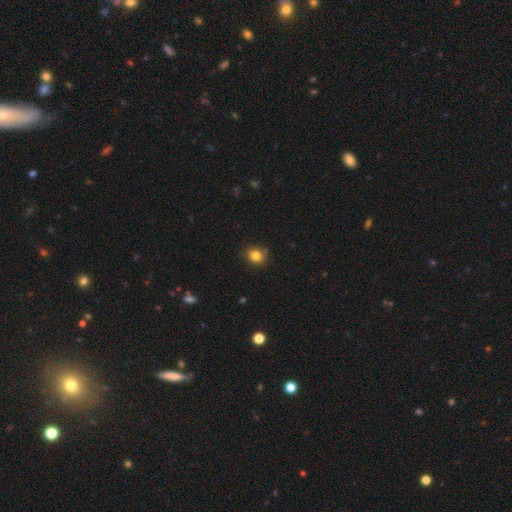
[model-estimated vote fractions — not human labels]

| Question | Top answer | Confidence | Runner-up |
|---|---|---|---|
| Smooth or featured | smooth | 82% | star or artifact (12%) |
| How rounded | round | 73% | in between (26%) |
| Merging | none | 81% | minor disturbance (13%) |